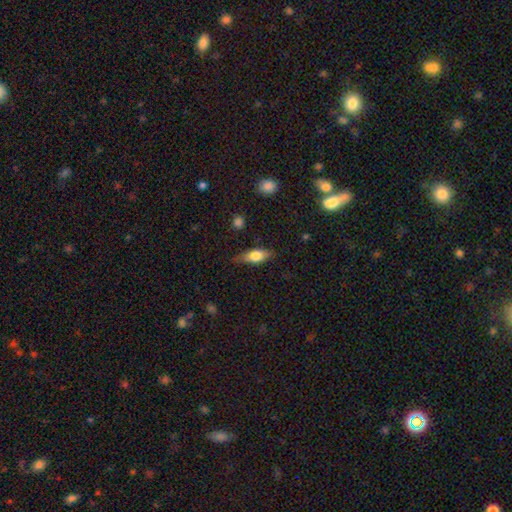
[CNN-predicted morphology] smooth_or_featured: smooth (p=0.65) [alt: featured or disk p=0.28]
how_rounded: in between (p=0.66) [alt: cigar-shaped p=0.30]
merging: none (p=0.76) [alt: minor disturbance p=0.18]